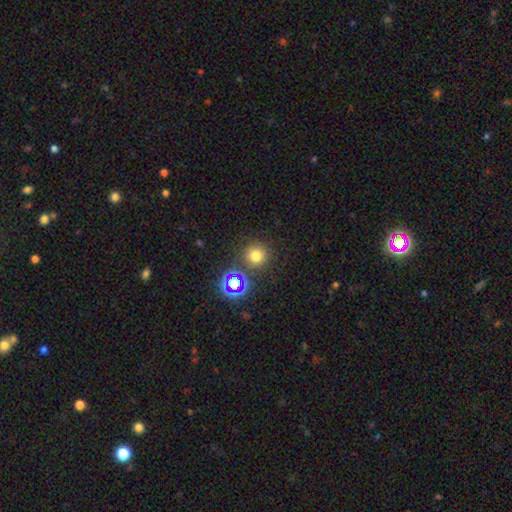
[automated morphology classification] smooth-or-featured: smooth: 69% | star or artifact: 24% | featured or disk: 7%
  how-rounded: round: 94% | in between: 5% | cigar-shaped: 1%
  merging: none: 82% | merger: 7% | minor disturbance: 7% | major disturbance: 3%